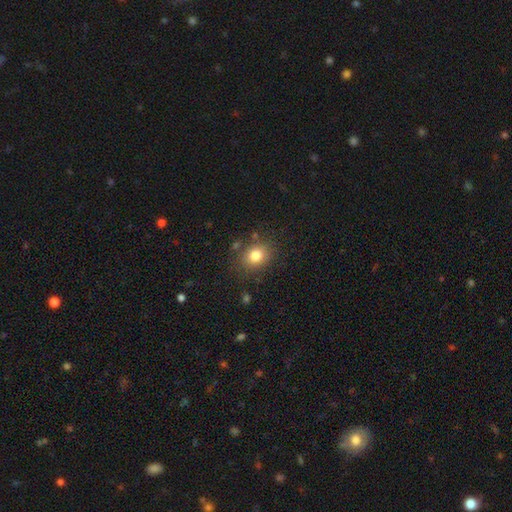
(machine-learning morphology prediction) Smooth or featured?
  - smooth: 80% *
  - star or artifact: 11%
  - featured or disk: 9%
How rounded?
  - round: 52% *
  - in between: 47%
  - cigar-shaped: 1%
Merging?
  - none: 80% *
  - minor disturbance: 13%
  - major disturbance: 4%
  - merger: 3%